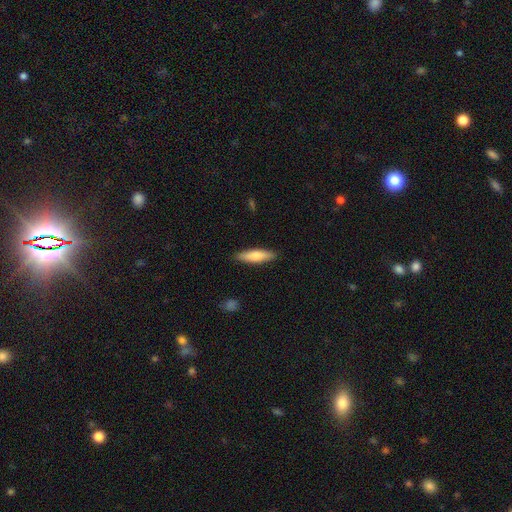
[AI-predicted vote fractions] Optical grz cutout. It shows a smooth galaxy with no disk features (74%) that is cigar-shaped (70%). Merging: none (89%).